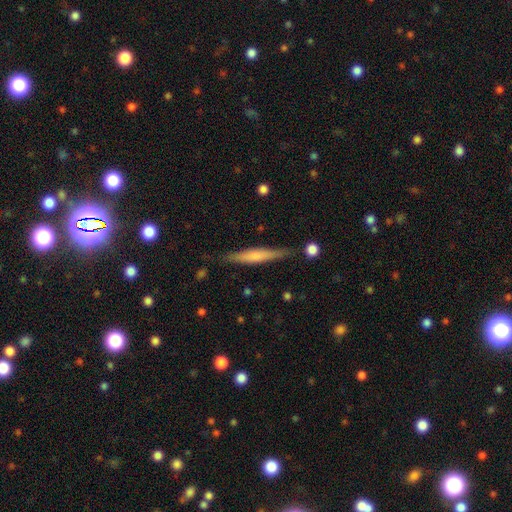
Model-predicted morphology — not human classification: smooth_or_featured: smooth (p=0.49) [alt: featured or disk p=0.45]
merging: none (p=0.84) [alt: minor disturbance p=0.12]